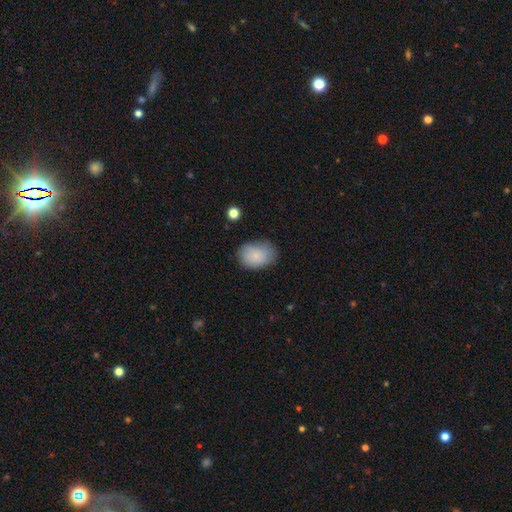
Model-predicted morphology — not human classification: type=smooth (81%); roundness=in between (71%); merging=none (65%).